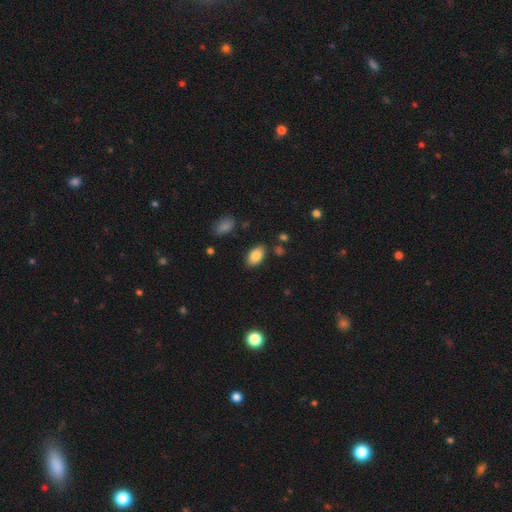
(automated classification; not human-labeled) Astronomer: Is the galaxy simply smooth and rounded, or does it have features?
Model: smooth — 86%.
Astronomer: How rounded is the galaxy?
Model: in between — 93%.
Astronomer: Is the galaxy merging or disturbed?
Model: none — 83%.